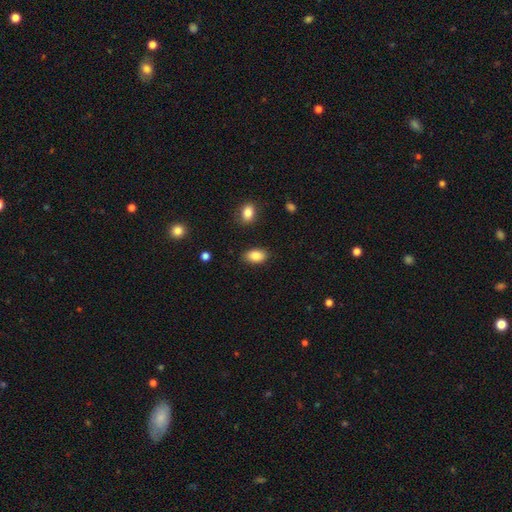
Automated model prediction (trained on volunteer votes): A smooth galaxy with no disk features (87%) that is in between round and cigar-shaped (91%). Merging: none (86%).